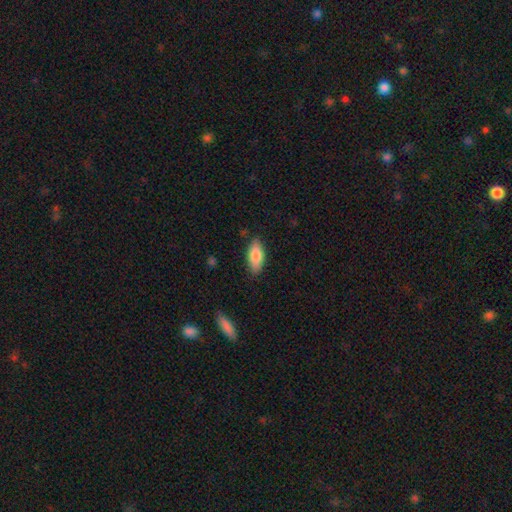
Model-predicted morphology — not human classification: A smooth galaxy with no disk features (80%) that is in between round and cigar-shaped (83%).

Vote fractions:
- Smooth or featured? smooth: 80% / featured or disk: 13% / star or artifact: 6%
- How rounded? in between: 83% / cigar-shaped: 15% / round: 2%
- Merging? none: 83% / minor disturbance: 13% / major disturbance: 2% / merger: 1%